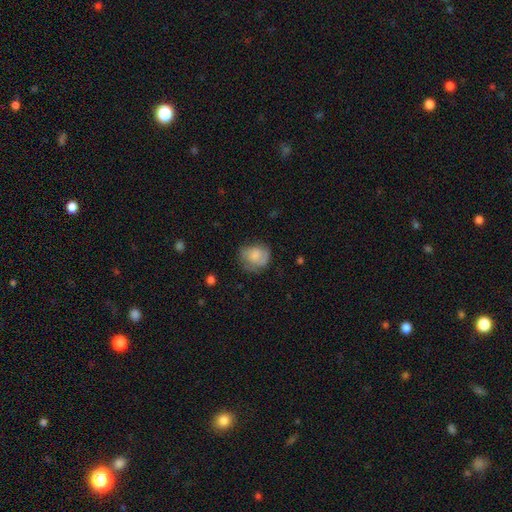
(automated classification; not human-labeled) This is likely a smooth galaxy (67%). How rounded: likely round (69%). Merging: possibly none (53%).